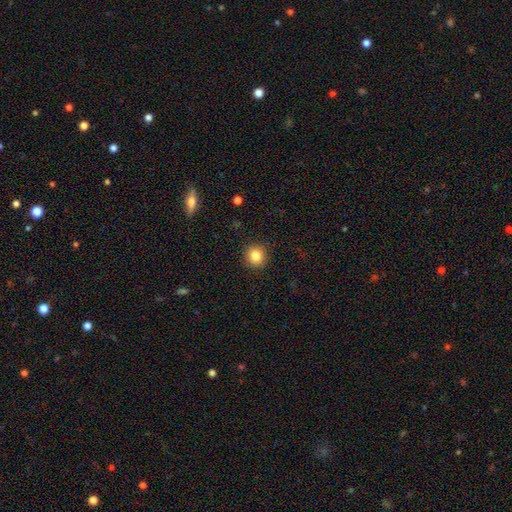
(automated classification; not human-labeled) Smooth or featured: smooth — 84% (star or artifact — 10%)
How rounded: round — 89% (in between — 10%)
Merging: none — 91% (minor disturbance — 6%)